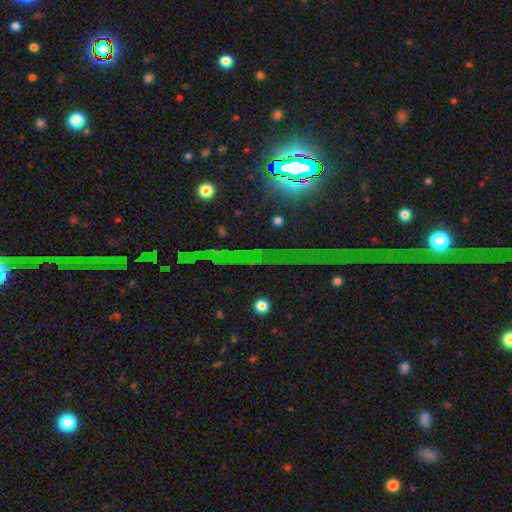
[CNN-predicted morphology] This is likely a star or artifact rather than a galaxy (77%).